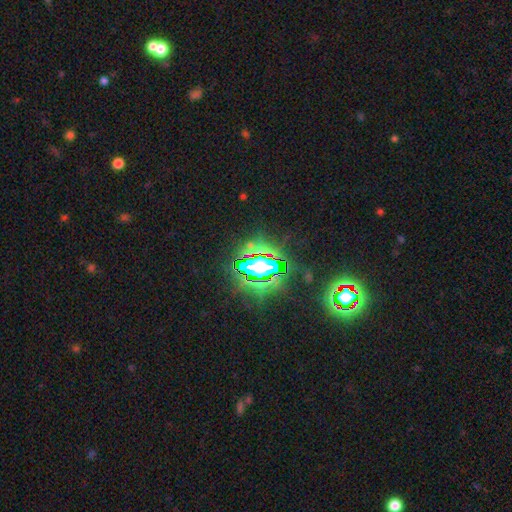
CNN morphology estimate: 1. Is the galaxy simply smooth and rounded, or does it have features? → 84% star or artifact, 9% smooth, 7% featured or disk.